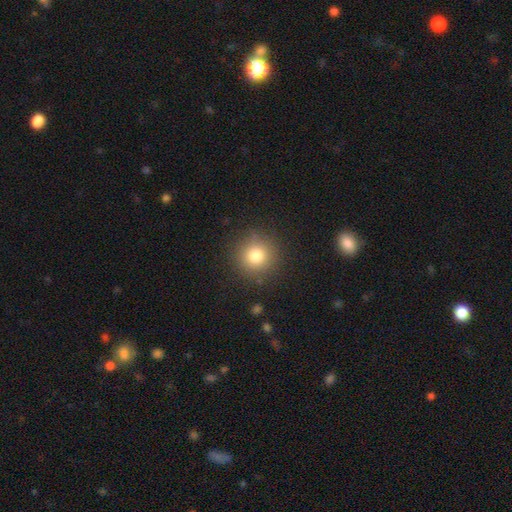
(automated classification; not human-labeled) smooth 80%, star or artifact 13%, featured or disk 8%. Down the decision tree: how rounded — round (94%); merging — none (88%).